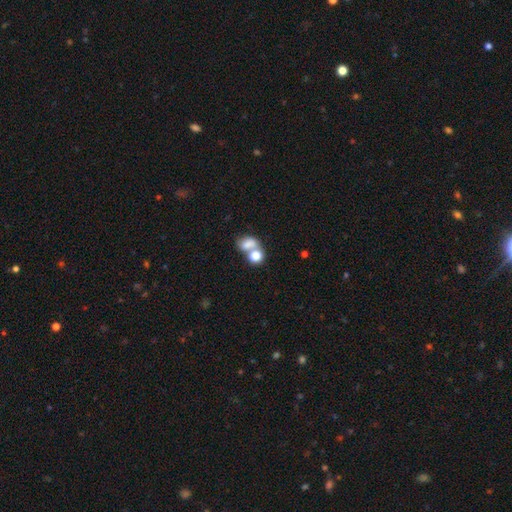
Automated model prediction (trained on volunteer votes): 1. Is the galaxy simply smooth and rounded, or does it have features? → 77% smooth, 13% featured or disk, 10% star or artifact.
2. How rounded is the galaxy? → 52% round, 46% in between, 1% cigar-shaped.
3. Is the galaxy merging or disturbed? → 62% merger, 25% none, 7% minor disturbance, 6% major disturbance.